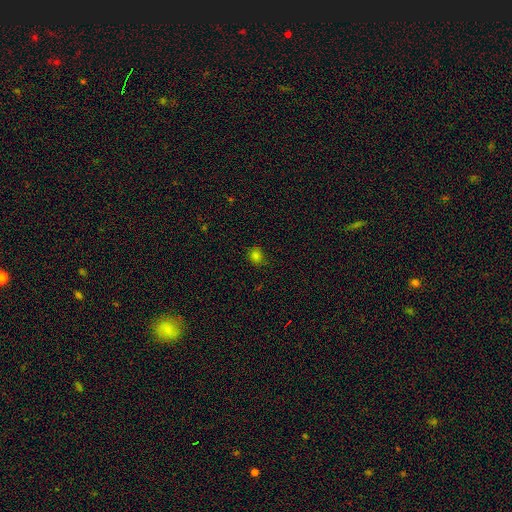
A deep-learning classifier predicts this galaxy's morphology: smooth_or_featured: smooth (p=0.79) [alt: star or artifact p=0.16]
how_rounded: round (p=0.72) [alt: in between p=0.27]
merging: none (p=0.81) [alt: minor disturbance p=0.14]